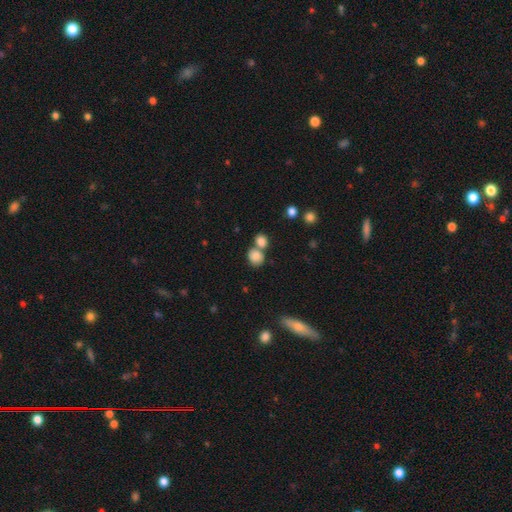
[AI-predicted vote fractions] A smooth galaxy with no disk features (83%) that is round (71%).

Vote fractions:
- Smooth or featured? smooth: 83% / star or artifact: 9% / featured or disk: 8%
- How rounded? round: 71% / in between: 28% / cigar-shaped: 1%
- Merging? none: 48% / merger: 39% / minor disturbance: 10% / major disturbance: 4%